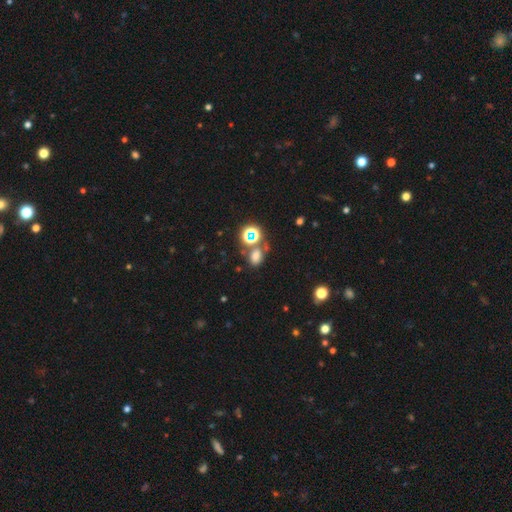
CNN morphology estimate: Q: Smooth or featured?
A: smooth (62%); runner-up: star or artifact (29%)
Q: How rounded?
A: in between (66%); runner-up: round (33%)
Q: Merging?
A: none (58%); runner-up: merger (21%)